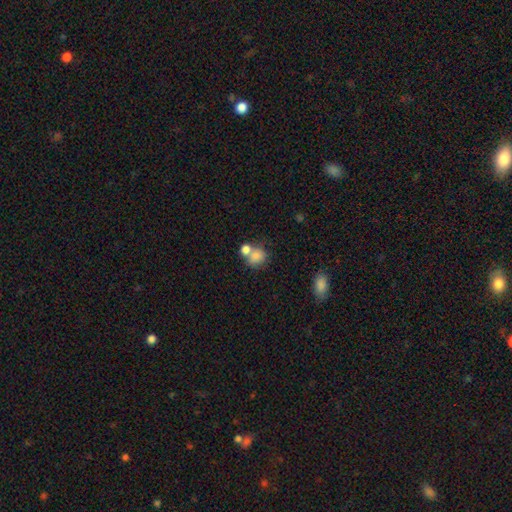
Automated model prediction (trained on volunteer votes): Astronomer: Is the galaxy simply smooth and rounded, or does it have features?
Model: smooth — 80%.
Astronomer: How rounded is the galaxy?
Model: round — 70%.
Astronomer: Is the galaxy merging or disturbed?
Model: merger — 47% (runner-up: none, 38%).